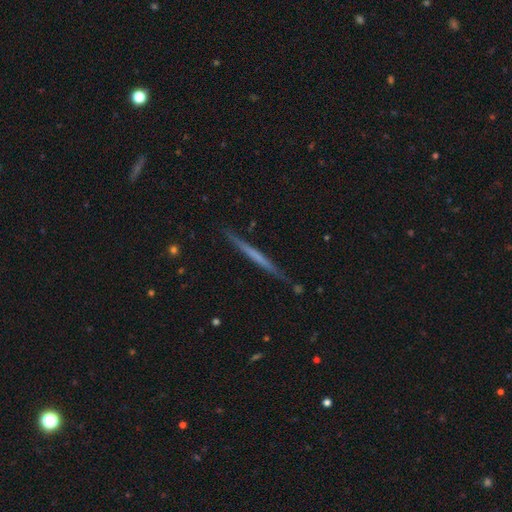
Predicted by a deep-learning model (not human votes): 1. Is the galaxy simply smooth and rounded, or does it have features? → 55% featured or disk, 39% smooth, 5% star or artifact.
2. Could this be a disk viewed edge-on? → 97% yes, 3% no.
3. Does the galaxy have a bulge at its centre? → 89% none, 6% rounded, 5% boxy.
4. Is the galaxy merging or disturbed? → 89% none, 8% minor disturbance, 2% major disturbance, 1% merger.